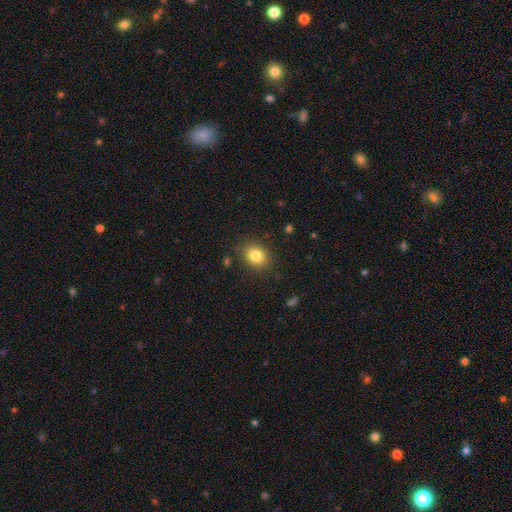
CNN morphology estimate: Q: Smooth or featured?
A: smooth (83%); runner-up: star or artifact (10%)
Q: How rounded?
A: round (59%); runner-up: in between (40%)
Q: Merging?
A: none (85%); runner-up: minor disturbance (10%)